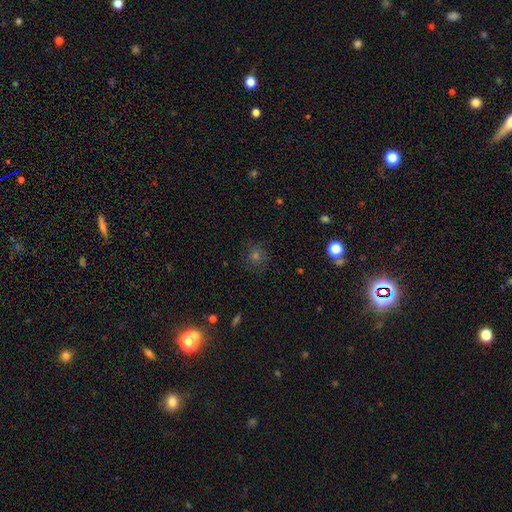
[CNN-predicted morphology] smooth_or_featured: smooth (p=0.47) [alt: star or artifact p=0.38]
merging: none (p=0.85) [alt: minor disturbance p=0.10]